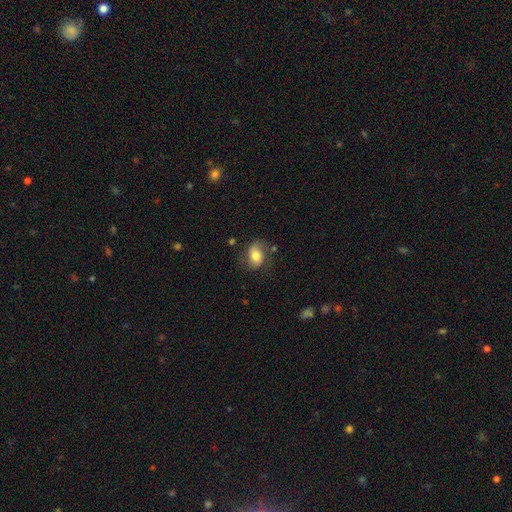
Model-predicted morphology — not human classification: Smooth or featured?
  - smooth: 64% *
  - featured or disk: 27%
  - star or artifact: 8%
How rounded?
  - in between: 76% *
  - round: 23%
  - cigar-shaped: 2%
Merging?
  - none: 66% *
  - minor disturbance: 22%
  - major disturbance: 9%
  - merger: 3%